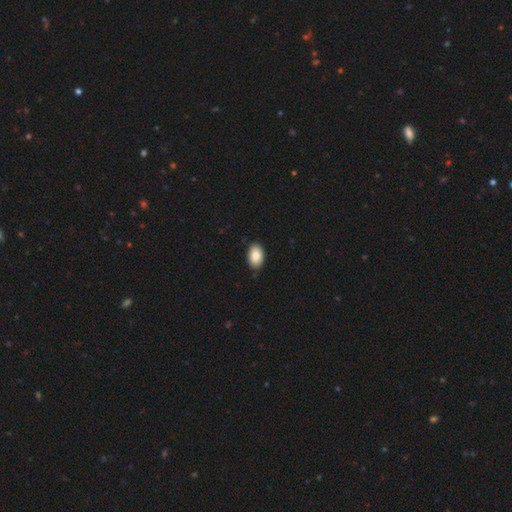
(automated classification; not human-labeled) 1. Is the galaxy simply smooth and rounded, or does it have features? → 87% smooth, 7% star or artifact, 6% featured or disk.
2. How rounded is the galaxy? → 93% in between, 6% round, 1% cigar-shaped.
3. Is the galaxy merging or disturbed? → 88% none, 10% minor disturbance, 2% major disturbance, 1% merger.